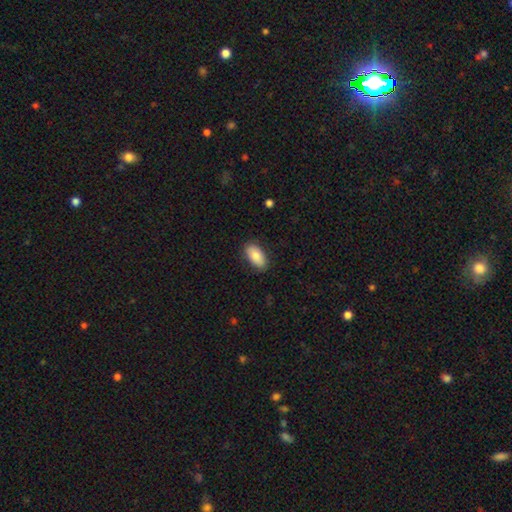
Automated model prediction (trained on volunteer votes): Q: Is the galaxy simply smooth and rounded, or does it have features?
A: smooth — 83%.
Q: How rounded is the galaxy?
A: in between — 93%.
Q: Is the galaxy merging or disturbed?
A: none — 86%.